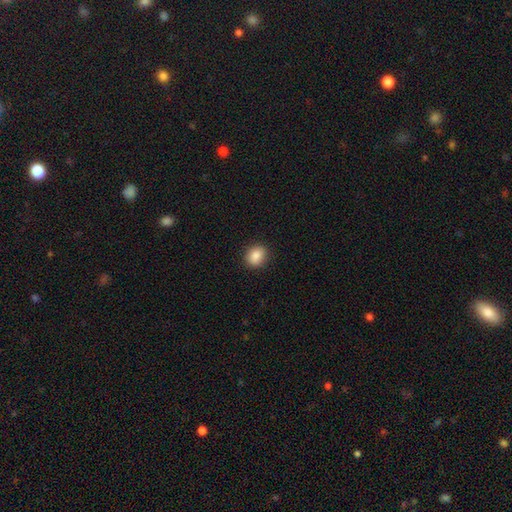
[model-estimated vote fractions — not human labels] A smooth galaxy with no disk features (87%) that is round (60%).

Vote fractions:
- Smooth or featured? smooth: 87% / star or artifact: 9% / featured or disk: 5%
- How rounded? round: 60% / in between: 39% / cigar-shaped: 1%
- Merging? none: 90% / minor disturbance: 7% / major disturbance: 2% / merger: 1%